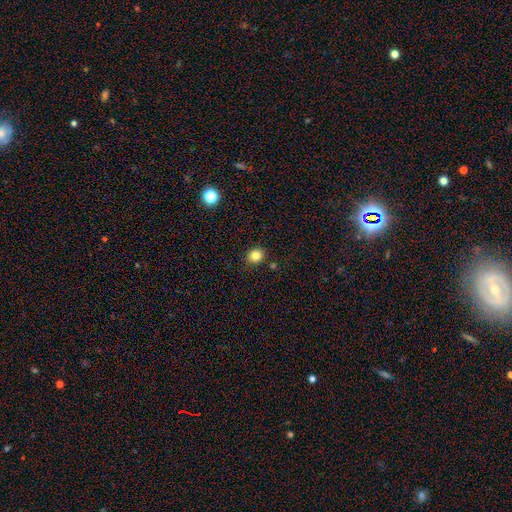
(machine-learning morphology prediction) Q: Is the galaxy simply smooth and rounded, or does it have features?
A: smooth — 82%.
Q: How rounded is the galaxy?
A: round — 71%.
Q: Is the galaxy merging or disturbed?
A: none — 86%.